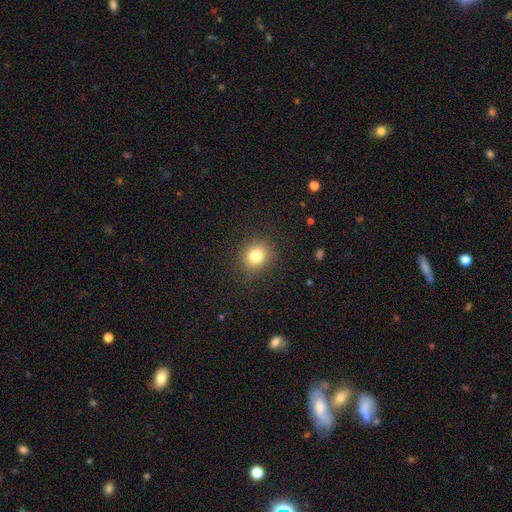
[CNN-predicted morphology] A smooth galaxy with no disk features (80%) that is round (80%).

Vote fractions:
- Smooth or featured? smooth: 80% / star or artifact: 13% / featured or disk: 8%
- How rounded? round: 80% / in between: 19% / cigar-shaped: 1%
- Merging? none: 86% / minor disturbance: 10% / major disturbance: 3% / merger: 1%